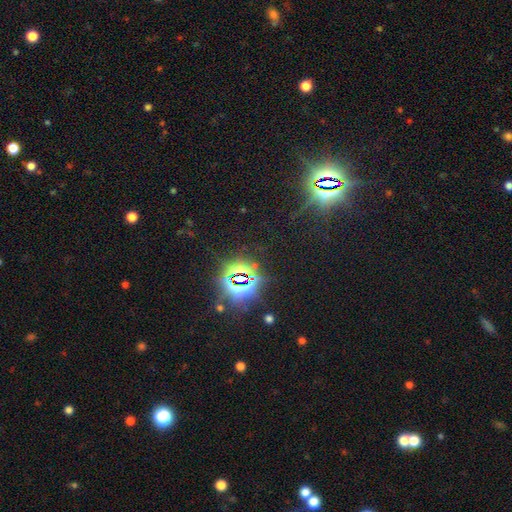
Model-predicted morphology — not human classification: Smooth or featured? Predicted: star or artifact (p=0.84).